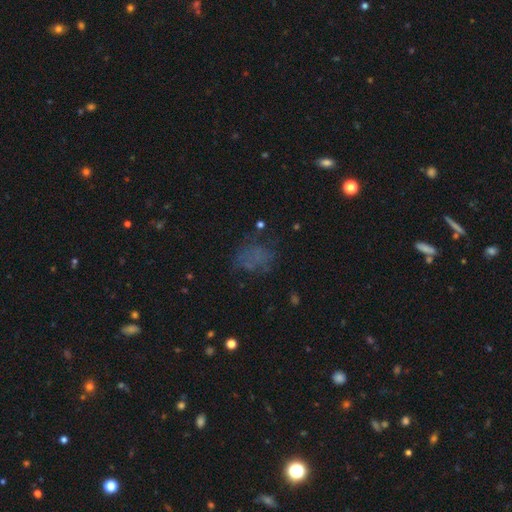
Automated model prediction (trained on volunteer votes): smooth 50%, star or artifact 27%, featured or disk 24%. Down the decision tree: merging — none (58%).